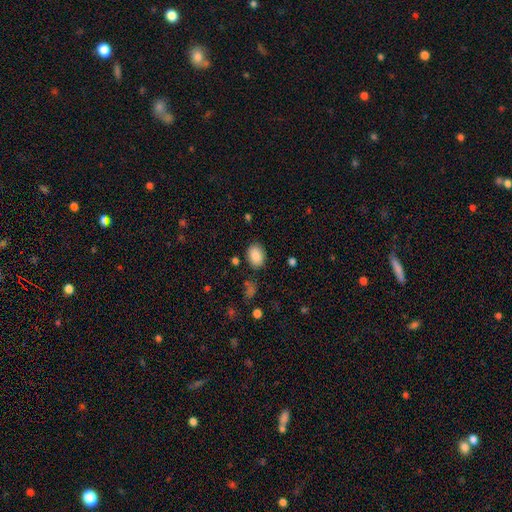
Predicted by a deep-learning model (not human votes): smooth_or_featured: smooth (p=0.87) [alt: star or artifact p=0.08]
how_rounded: in between (p=0.76) [alt: round p=0.23]
merging: none (p=0.83) [alt: minor disturbance p=0.11]